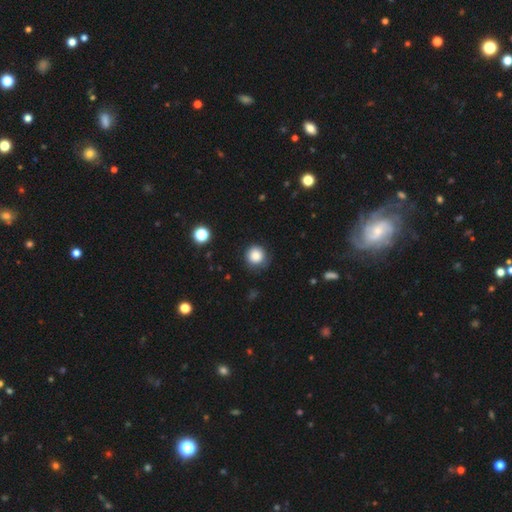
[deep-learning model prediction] Q: Smooth or featured?
A: smooth (85%); runner-up: star or artifact (10%)
Q: How rounded?
A: round (93%); runner-up: in between (6%)
Q: Merging?
A: none (82%); runner-up: minor disturbance (13%)